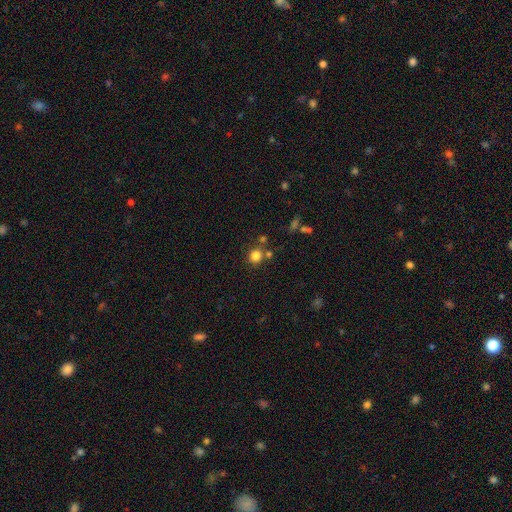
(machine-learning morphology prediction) smooth-or-featured: smooth: 81% | star or artifact: 13% | featured or disk: 6%
  how-rounded: round: 90% | in between: 10% | cigar-shaped: 1%
  merging: none: 73% | merger: 14% | minor disturbance: 9% | major disturbance: 4%